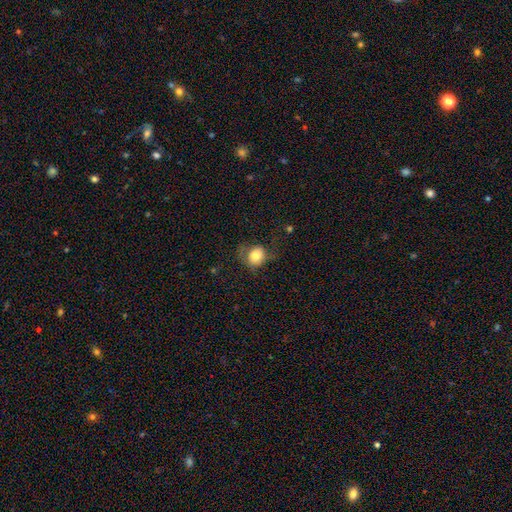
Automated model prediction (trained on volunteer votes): smooth 74%, featured or disk 16%, star or artifact 10%. Down the decision tree: how rounded — round (70%); merging — none (50%).